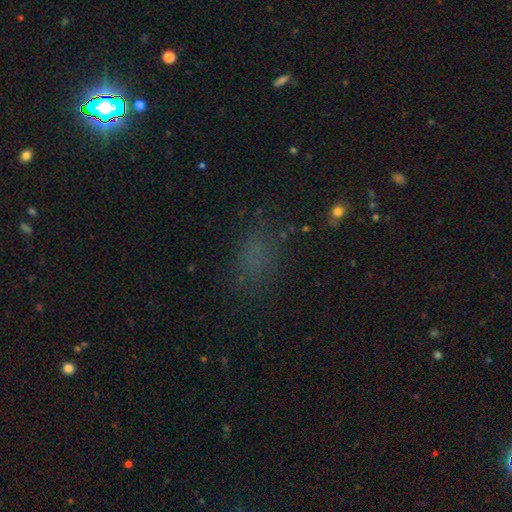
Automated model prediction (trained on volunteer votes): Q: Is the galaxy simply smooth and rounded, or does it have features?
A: smooth — 55%.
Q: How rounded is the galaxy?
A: in between — 74%.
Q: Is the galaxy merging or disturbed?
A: none — 64%.